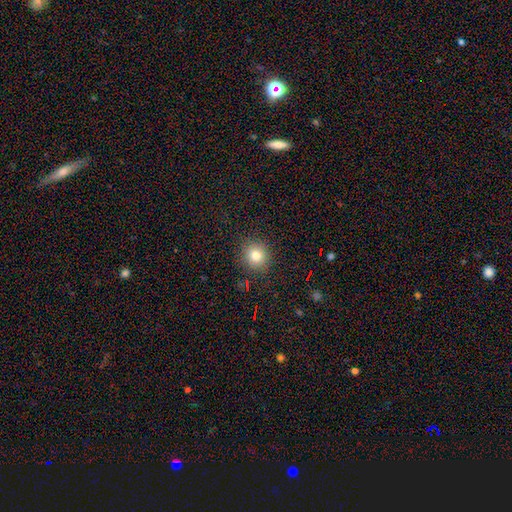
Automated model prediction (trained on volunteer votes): Smooth or featured? Predicted: smooth (p=0.79). How rounded? Predicted: round (p=0.90). Merging? Predicted: none (p=0.90).